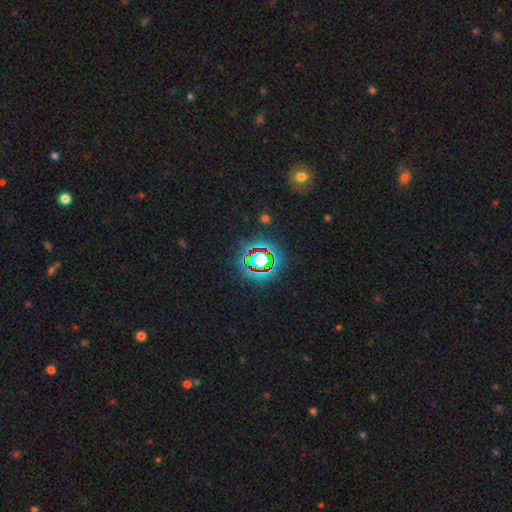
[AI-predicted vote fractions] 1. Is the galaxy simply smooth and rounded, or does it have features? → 77% star or artifact, 13% smooth, 9% featured or disk.